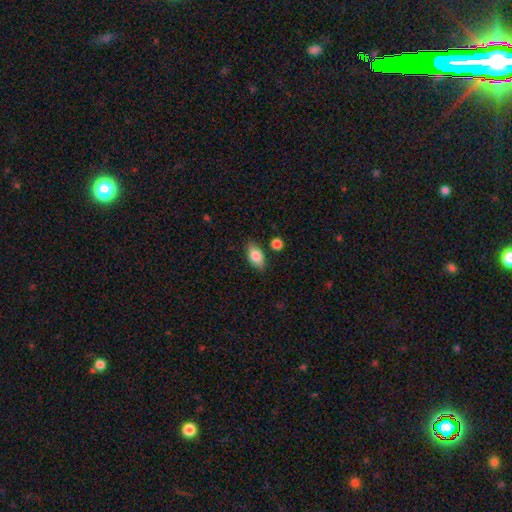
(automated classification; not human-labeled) Smooth or featured? Predicted: smooth (p=0.83). How rounded? Predicted: in between (p=0.89). Merging? Predicted: none (p=0.82).